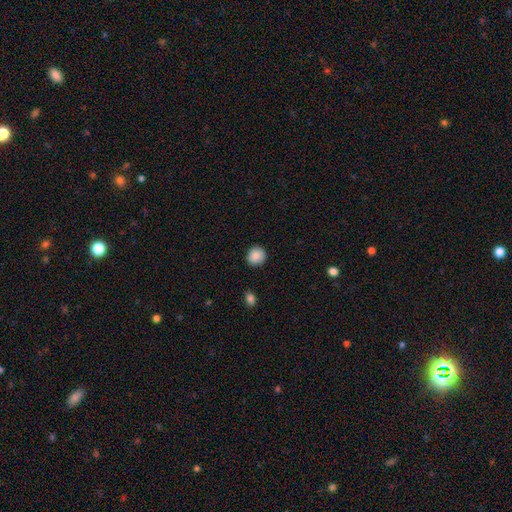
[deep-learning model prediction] A smooth galaxy with no disk features (88%) that is round (87%). Merging: none (89%).